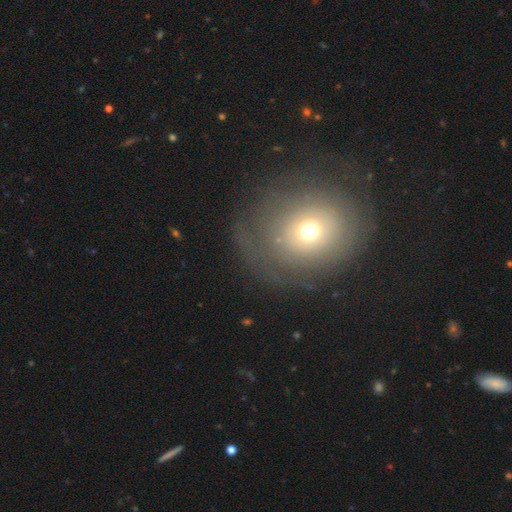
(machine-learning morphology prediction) smooth 48%, featured or disk 34%, star or artifact 18%. Down the decision tree: merging — none (76%).